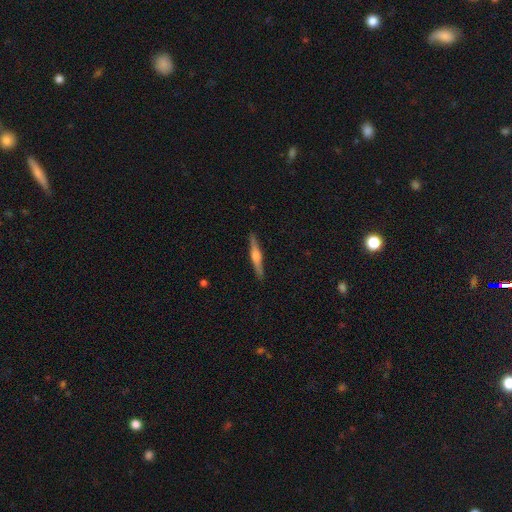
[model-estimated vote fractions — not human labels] This is likely a featured or disk galaxy (71%). It is clearly viewed edge-on (98%). Edge-on bulge: clearly rounded (84%). Merging: clearly none (91%).